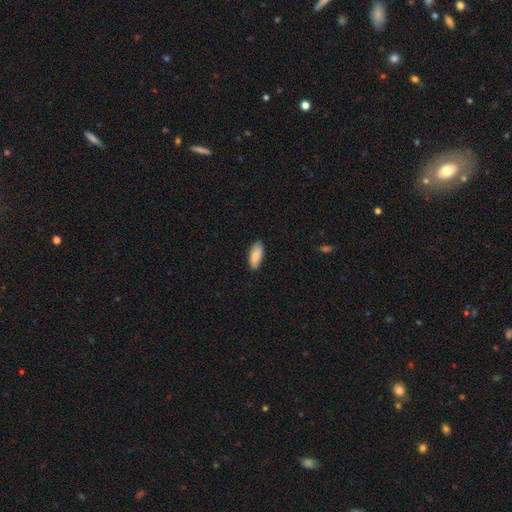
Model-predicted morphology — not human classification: Smooth or featured? smooth (87%)
How rounded? in between (82%)
Merging? none (86%)